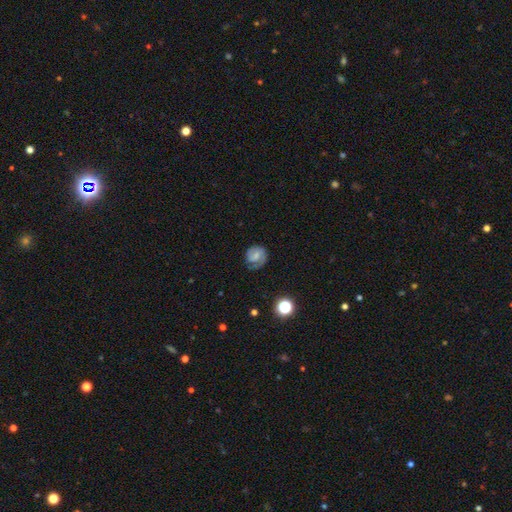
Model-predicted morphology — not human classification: type=featured or disk (57%); edge-on=no (98%); bar=no (45%); spiral arms=yes (87%); bulge=small (48%); merging=none (62%).